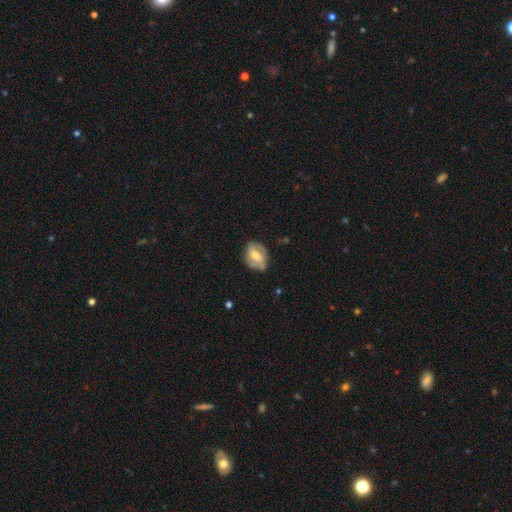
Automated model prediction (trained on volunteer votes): Smooth or featured? featured or disk (55%)
Edge-on disk? no (94%)
Bar? weak (42%)
Spiral arms? yes (64%)
Bulge size? moderate (65%)
Merging? none (70%)